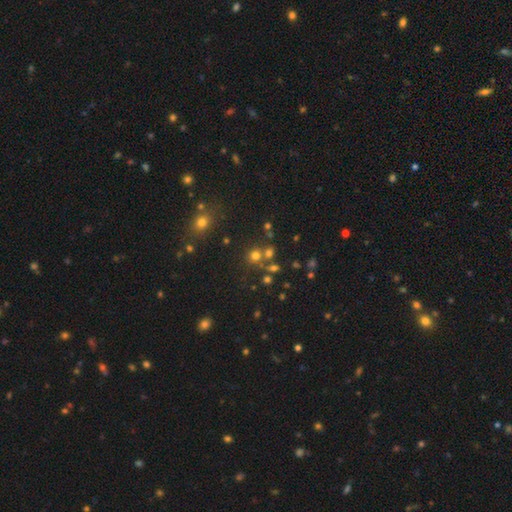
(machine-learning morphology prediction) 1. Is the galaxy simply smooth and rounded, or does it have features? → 65% smooth, 25% star or artifact, 10% featured or disk.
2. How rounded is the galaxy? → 86% round, 13% in between, 1% cigar-shaped.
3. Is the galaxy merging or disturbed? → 65% none, 22% merger, 9% minor disturbance, 4% major disturbance.